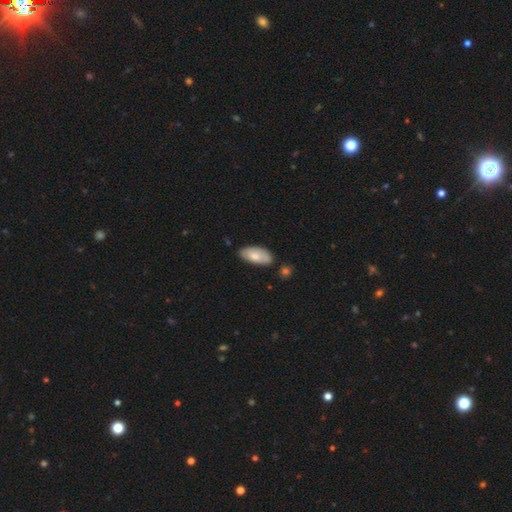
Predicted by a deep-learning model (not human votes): smooth 73%, featured or disk 21%, star or artifact 6%. Down the decision tree: how rounded — in between (92%); merging — none (71%).